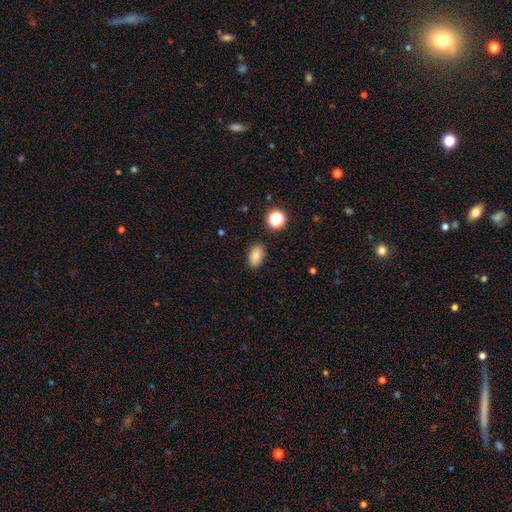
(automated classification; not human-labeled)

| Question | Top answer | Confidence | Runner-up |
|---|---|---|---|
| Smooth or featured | smooth | 83% | star or artifact (11%) |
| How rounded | in between | 89% | round (10%) |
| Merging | none | 86% | minor disturbance (10%) |